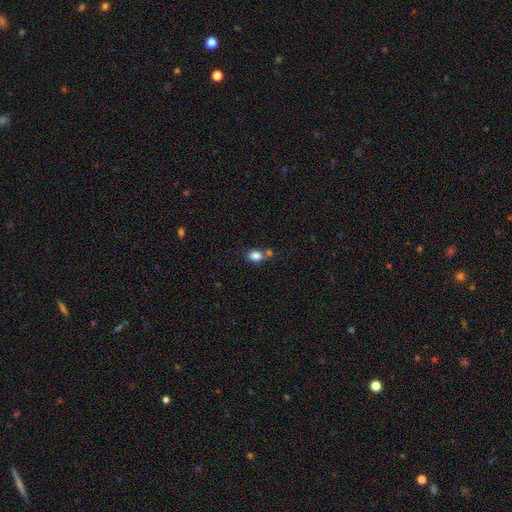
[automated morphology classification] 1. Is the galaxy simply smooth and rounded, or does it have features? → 84% smooth, 10% star or artifact, 5% featured or disk.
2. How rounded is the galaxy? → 57% in between, 42% round, 1% cigar-shaped.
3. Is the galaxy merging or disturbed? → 56% none, 27% merger, 12% minor disturbance, 5% major disturbance.